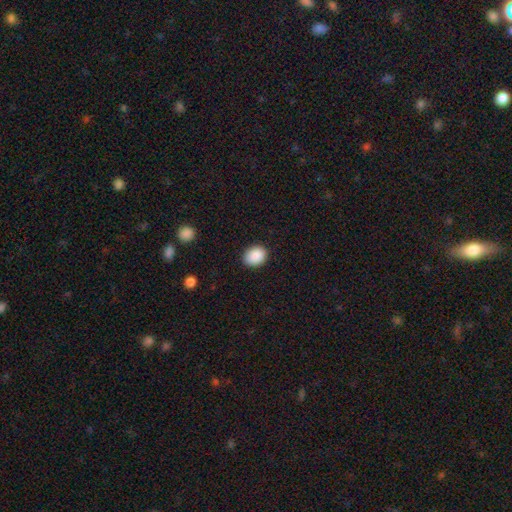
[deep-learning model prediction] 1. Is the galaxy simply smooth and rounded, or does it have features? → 89% smooth, 8% star or artifact, 3% featured or disk.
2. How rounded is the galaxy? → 51% round, 48% in between, 1% cigar-shaped.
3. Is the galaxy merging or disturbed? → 88% none, 8% minor disturbance, 2% major disturbance, 1% merger.